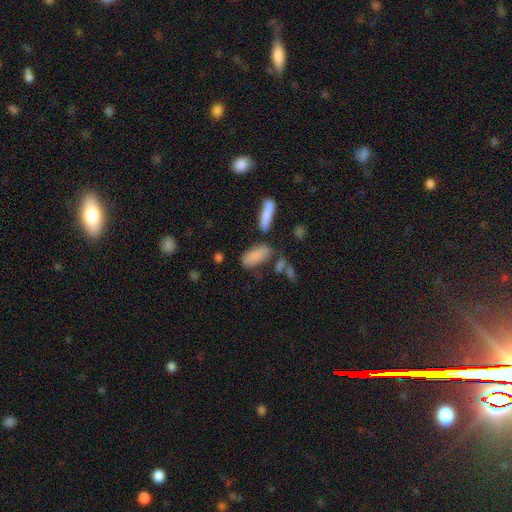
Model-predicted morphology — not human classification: Smooth or featured: smooth — 84% (star or artifact — 9%)
How rounded: in between — 79% (cigar-shaped — 18%)
Merging: none — 61% (minor disturbance — 18%)